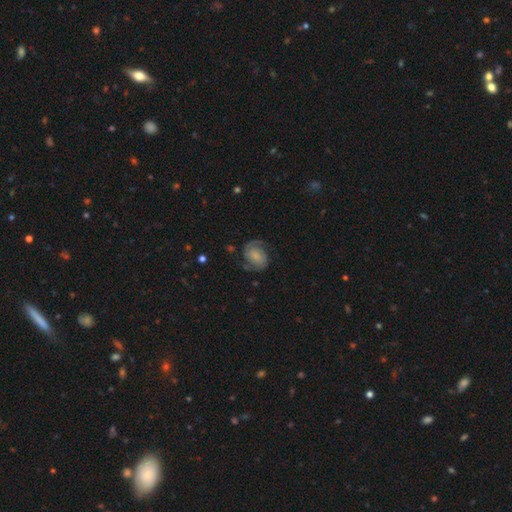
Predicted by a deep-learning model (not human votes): Morphology: type=featured or disk (77%); edge-on=no (98%); bar=no (58%); spiral arms=yes (95%); winding=medium (50%); arm count=2 (91%); bulge=small (40%); merging=none (73%).